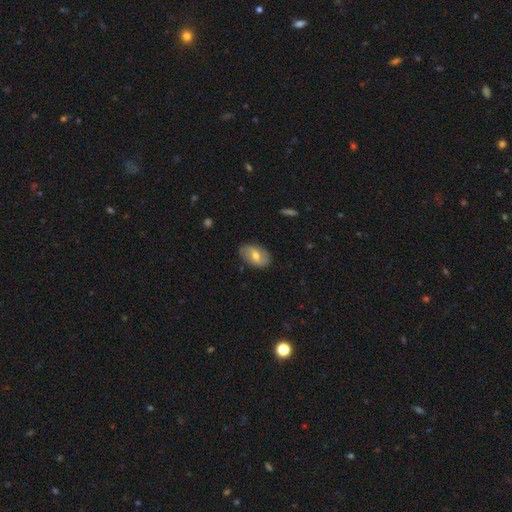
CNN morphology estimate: Q: Smooth or featured?
A: smooth (55%); runner-up: featured or disk (38%)
Q: How rounded?
A: in between (90%); runner-up: round (8%)
Q: Merging?
A: none (84%); runner-up: minor disturbance (12%)